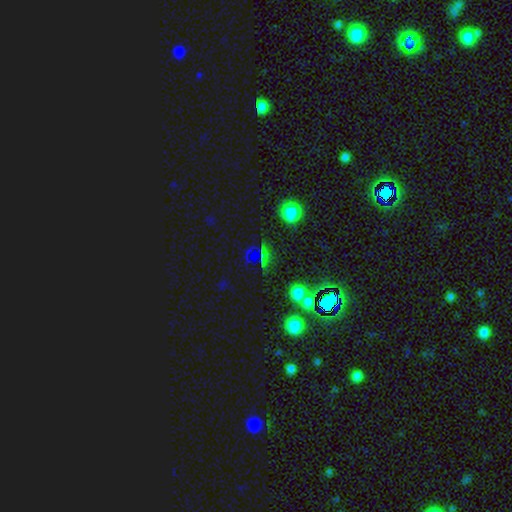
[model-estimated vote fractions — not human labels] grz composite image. It shows a star or artifact, not a galaxy (68%).